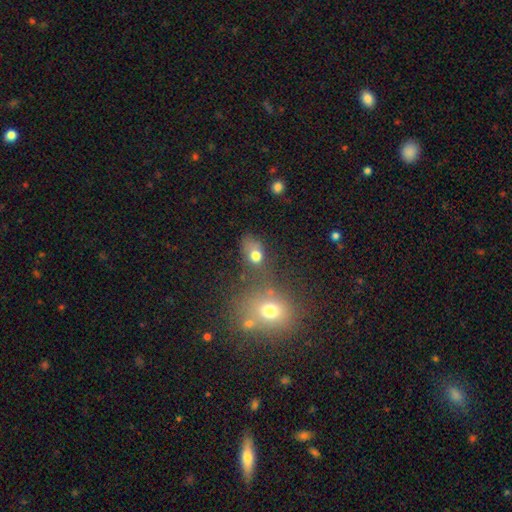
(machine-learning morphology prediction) Smooth or featured?
  - smooth: 72% *
  - star or artifact: 17%
  - featured or disk: 11%
How rounded?
  - in between: 55% *
  - round: 43%
  - cigar-shaped: 2%
Merging?
  - none: 47% *
  - merger: 26%
  - minor disturbance: 16%
  - major disturbance: 11%